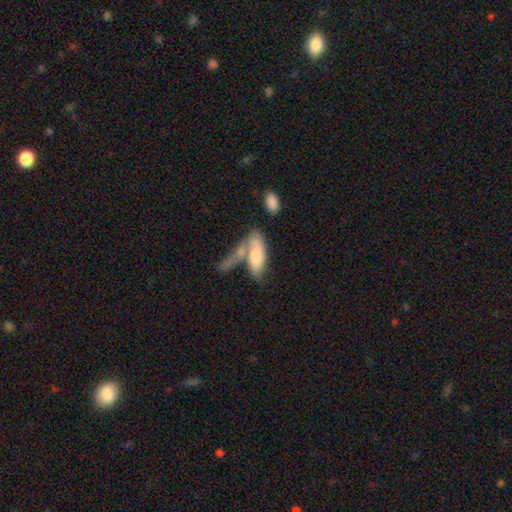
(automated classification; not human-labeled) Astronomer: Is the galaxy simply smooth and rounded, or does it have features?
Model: smooth — 70%.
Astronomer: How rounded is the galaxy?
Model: in between — 69%.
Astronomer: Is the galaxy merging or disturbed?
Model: merger — 44% (runner-up: none, 31%).